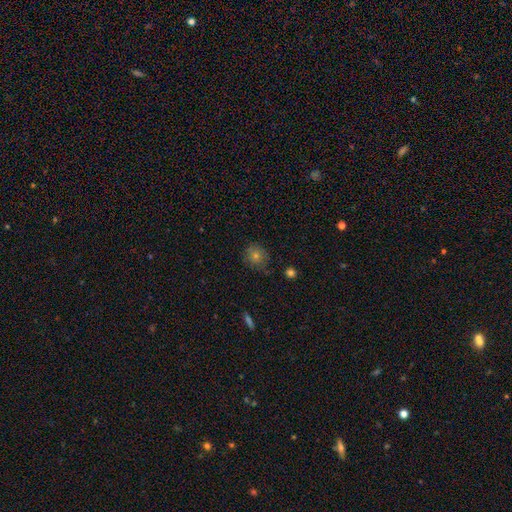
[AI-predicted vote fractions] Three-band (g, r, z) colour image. It shows a smooth galaxy with no disk features (64%) that is round (84%). Merging: none (78%).